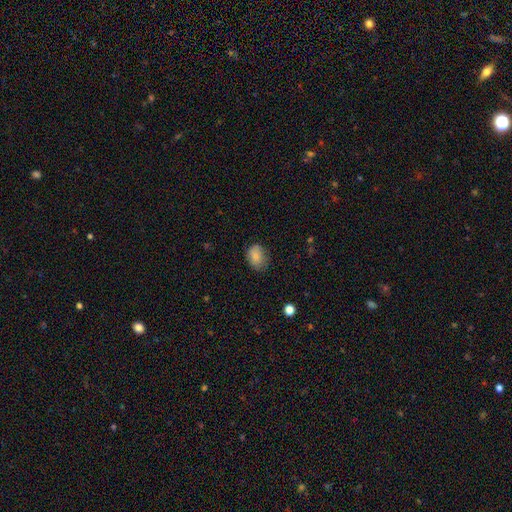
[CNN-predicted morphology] Smooth or featured: smooth — 83% (featured or disk — 9%)
How rounded: in between — 65% (round — 34%)
Merging: none — 68% (minor disturbance — 25%)